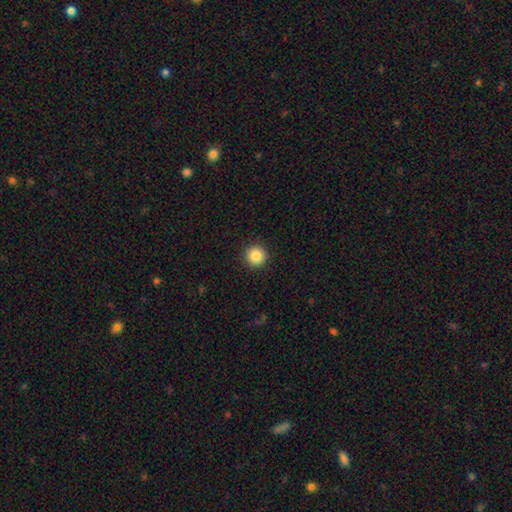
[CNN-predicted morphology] Smooth or featured? Predicted: smooth (p=0.86). How rounded? Predicted: round (p=0.96). Merging? Predicted: none (p=0.93).